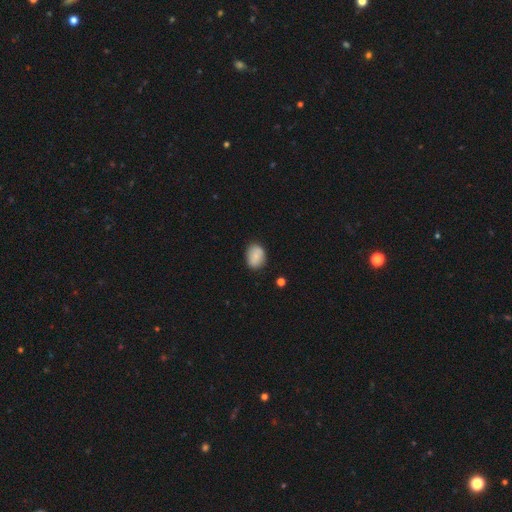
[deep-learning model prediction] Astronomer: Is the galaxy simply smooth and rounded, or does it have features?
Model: smooth — 80%.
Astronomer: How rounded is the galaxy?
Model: in between — 70%.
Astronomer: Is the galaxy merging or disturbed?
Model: none — 81%.